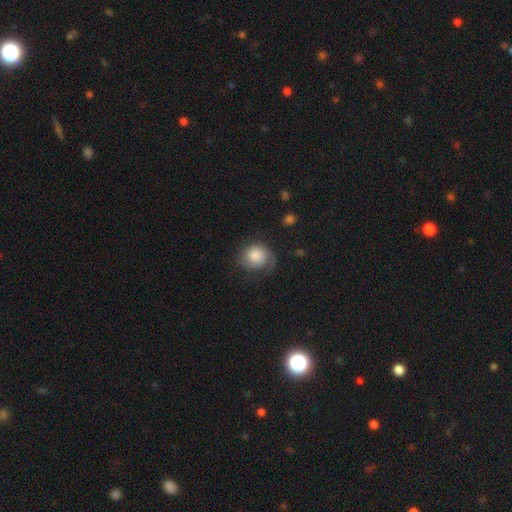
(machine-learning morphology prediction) Q: Smooth or featured?
A: smooth (66%); runner-up: featured or disk (26%)
Q: How rounded?
A: round (72%); runner-up: in between (27%)
Q: Merging?
A: none (53%); runner-up: minor disturbance (27%)